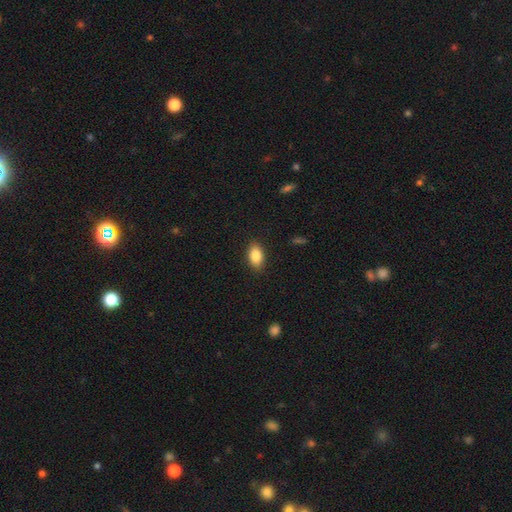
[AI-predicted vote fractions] Smooth or featured? smooth (86%)
How rounded? in between (90%)
Merging? none (89%)